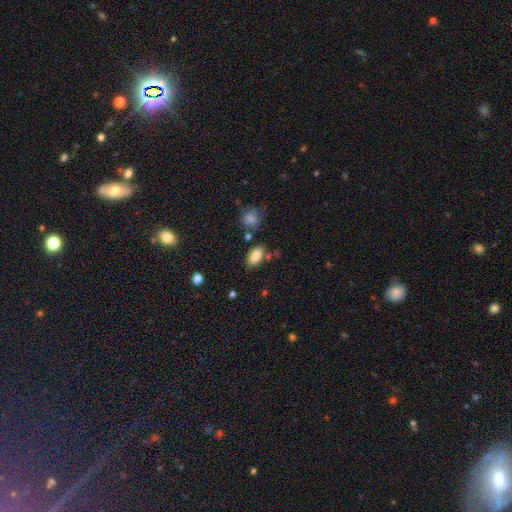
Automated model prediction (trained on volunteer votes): Smooth or featured: smooth — 84% (star or artifact — 9%)
How rounded: in between — 91% (round — 6%)
Merging: none — 74% (minor disturbance — 15%)